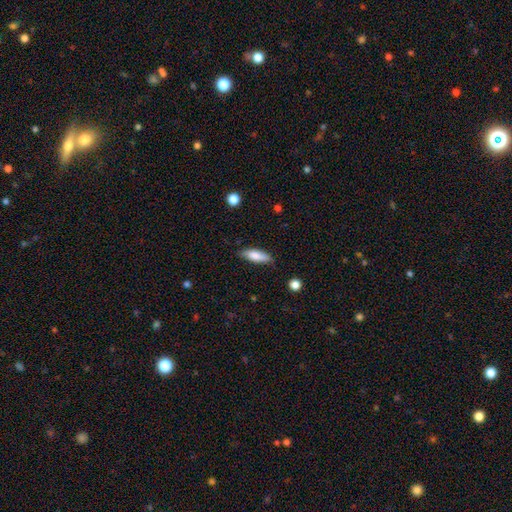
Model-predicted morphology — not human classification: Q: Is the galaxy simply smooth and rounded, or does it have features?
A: smooth — 79%.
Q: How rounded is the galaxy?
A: in between — 55%.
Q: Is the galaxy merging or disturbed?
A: none — 79%.